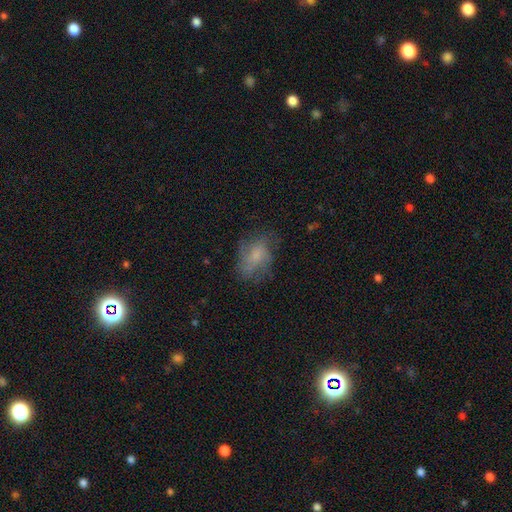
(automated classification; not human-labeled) smooth-or-featured: smooth: 50% | featured or disk: 38% | star or artifact: 12%
  merging: none: 58% | minor disturbance: 24% | major disturbance: 17% | merger: 2%